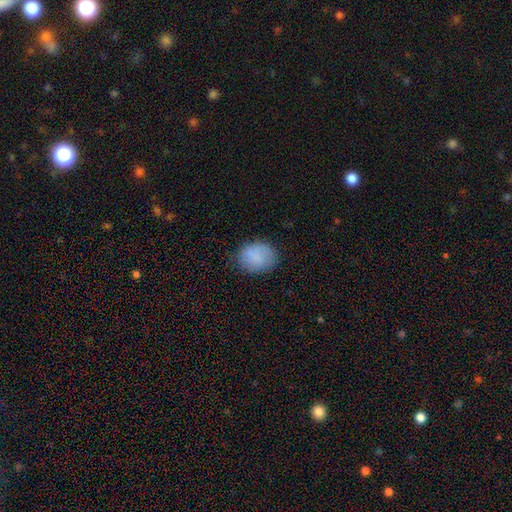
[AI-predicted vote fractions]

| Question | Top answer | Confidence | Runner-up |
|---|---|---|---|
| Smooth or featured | smooth | 83% | featured or disk (9%) |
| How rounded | round | 50% | in between (49%) |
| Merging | none | 76% | minor disturbance (18%) |